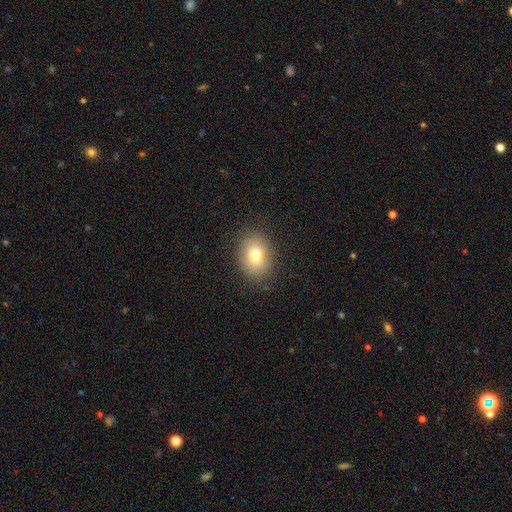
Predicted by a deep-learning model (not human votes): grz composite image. It shows a smooth galaxy with no disk features (75%) that is in between round and cigar-shaped (53%). Merging: none (87%).